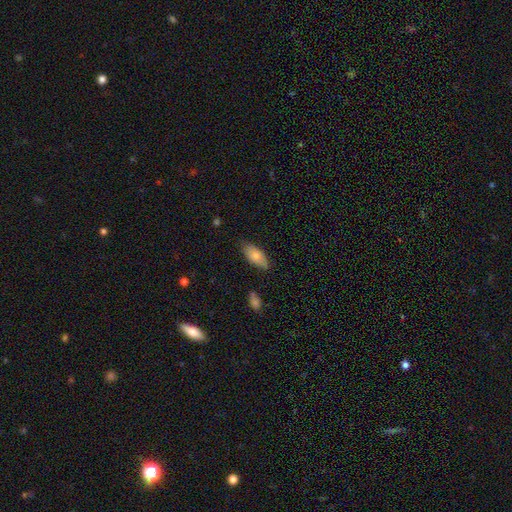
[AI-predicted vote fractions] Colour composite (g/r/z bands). It shows a smooth galaxy with no disk features (75%) that is in between round and cigar-shaped (87%). Merging: none (77%).